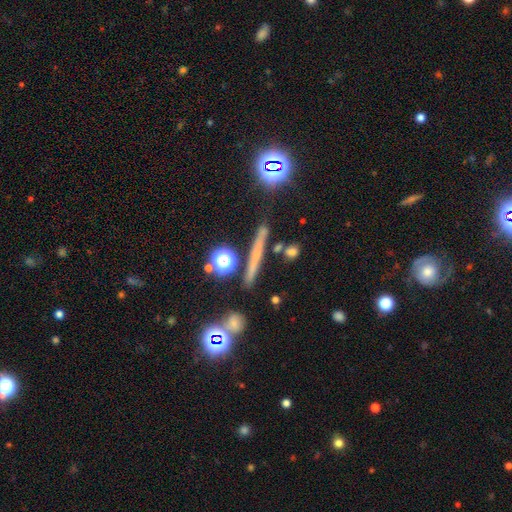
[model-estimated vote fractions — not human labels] This appears to be a featured or disk galaxy (42%). Merging: none (85%).